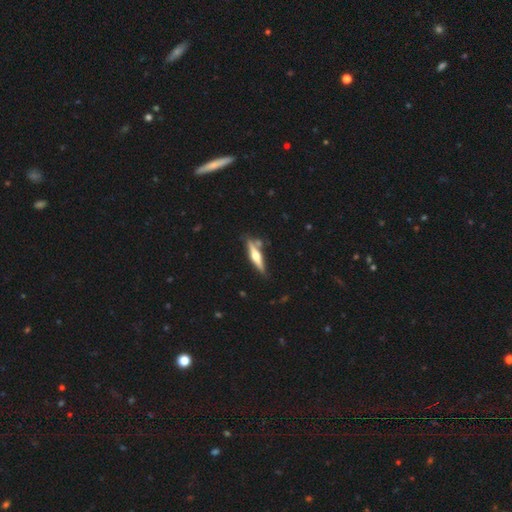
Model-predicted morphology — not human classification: A featured or disk galaxy (63%) viewed edge-on (96%) with a rounded central bulge (92%).

Vote fractions:
- Smooth or featured? featured or disk: 63% / smooth: 31% / star or artifact: 5%
- Edge-on disk? yes: 96% / no: 4%
- Edge-on bulge? rounded: 92% / boxy: 4% / none: 3%
- Merging? none: 78% / minor disturbance: 12% / merger: 7% / major disturbance: 3%